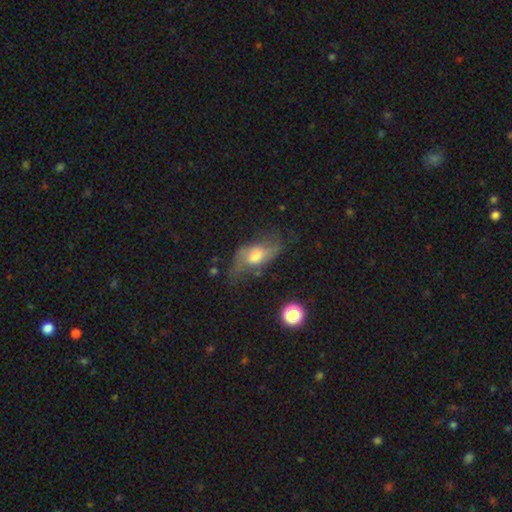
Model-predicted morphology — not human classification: A featured or disk galaxy (56%). Merging: none (46%).